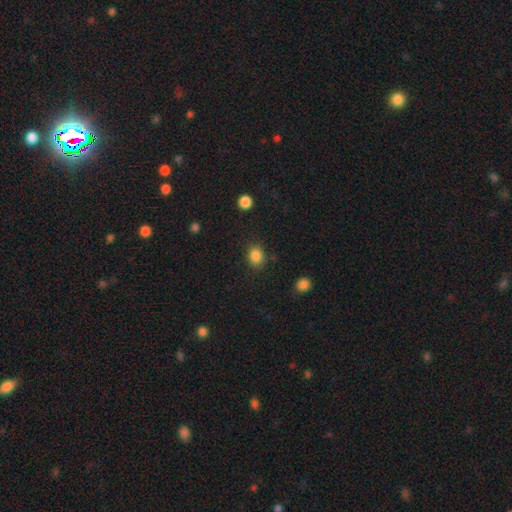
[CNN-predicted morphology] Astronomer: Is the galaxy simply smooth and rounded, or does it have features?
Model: smooth — 85%.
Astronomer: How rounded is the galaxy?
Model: round — 60% (runner-up: in between, 39%).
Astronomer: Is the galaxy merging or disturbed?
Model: none — 83%.